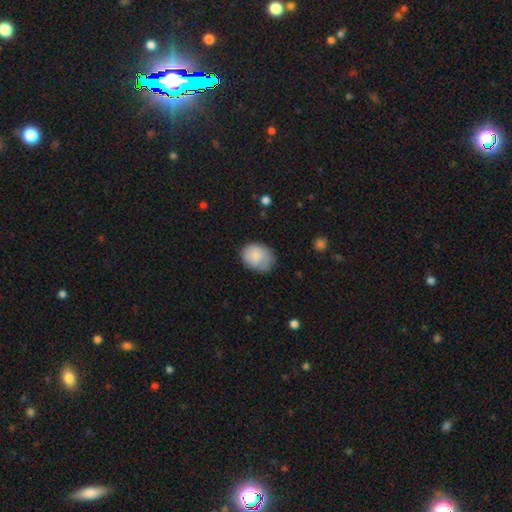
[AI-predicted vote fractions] Smooth or featured: smooth — 79% (featured or disk — 14%)
How rounded: in between — 58% (round — 41%)
Merging: none — 58% (minor disturbance — 31%)